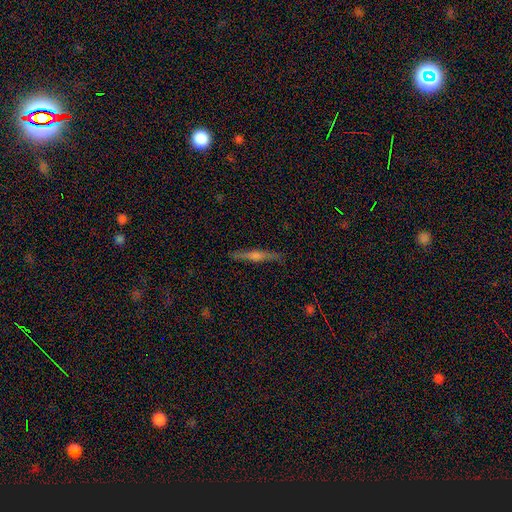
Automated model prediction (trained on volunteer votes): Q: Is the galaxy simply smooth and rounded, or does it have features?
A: featured or disk — 72%.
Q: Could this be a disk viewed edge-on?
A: yes — 97%.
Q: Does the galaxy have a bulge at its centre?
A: rounded — 82%.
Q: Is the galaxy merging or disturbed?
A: none — 89%.